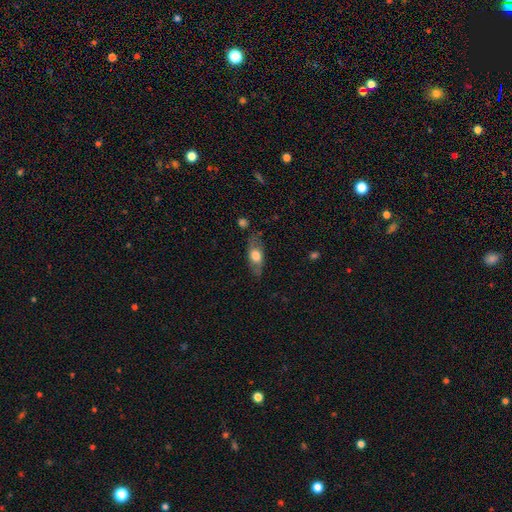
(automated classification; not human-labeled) Smooth or featured? smooth (59%)
How rounded? in between (70%)
Merging? none (75%)